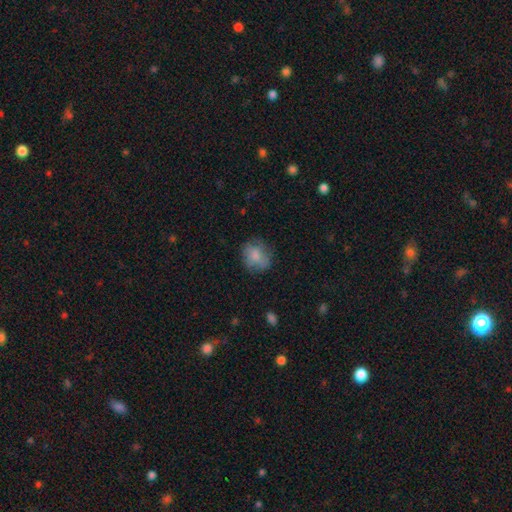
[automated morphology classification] type=smooth (75%); roundness=round (68%); merging=none (69%).